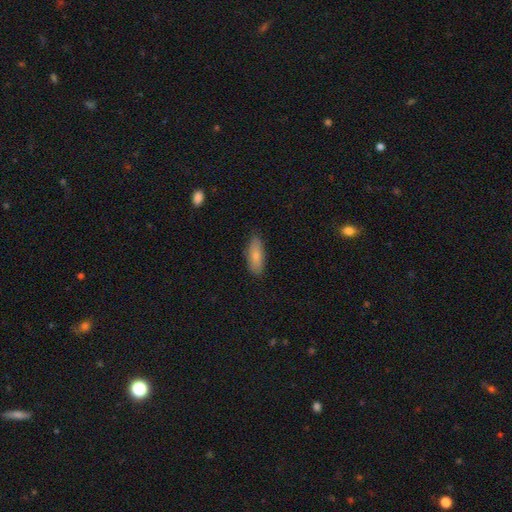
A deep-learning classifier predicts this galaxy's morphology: Overall: smooth (80%). How rounded: in between (70%). Merging: none (85%).